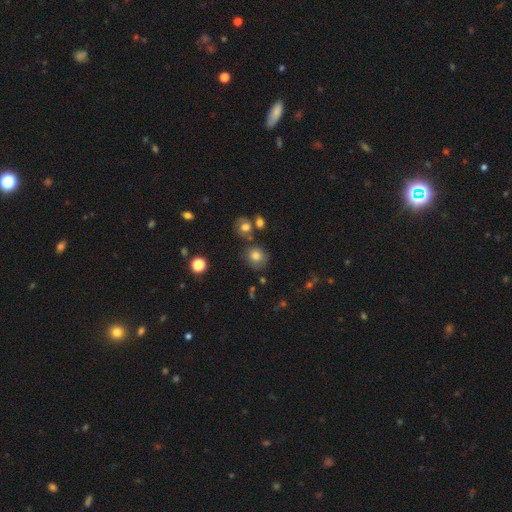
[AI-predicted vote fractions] A smooth galaxy with no disk features (77%) that is round (82%). Merging: none (69%).